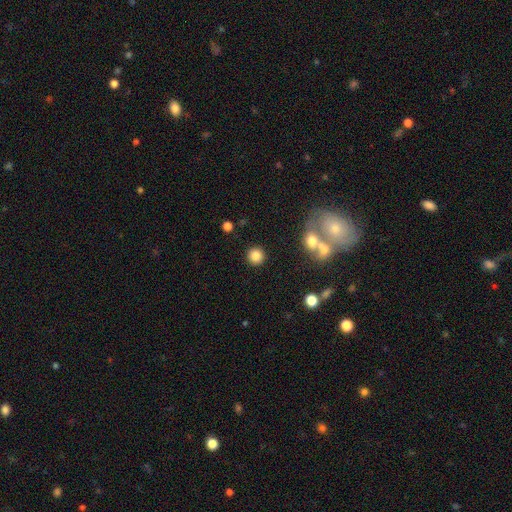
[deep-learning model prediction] Smooth or featured: smooth — 83% (star or artifact — 11%)
How rounded: round — 93% (in between — 6%)
Merging: none — 89% (minor disturbance — 5%)